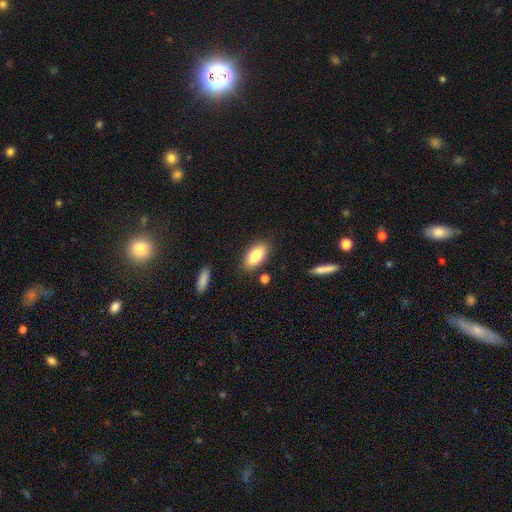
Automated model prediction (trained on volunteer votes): Q: Smooth or featured?
A: smooth (83%); runner-up: featured or disk (10%)
Q: How rounded?
A: in between (90%); runner-up: cigar-shaped (7%)
Q: Merging?
A: none (83%); runner-up: minor disturbance (11%)